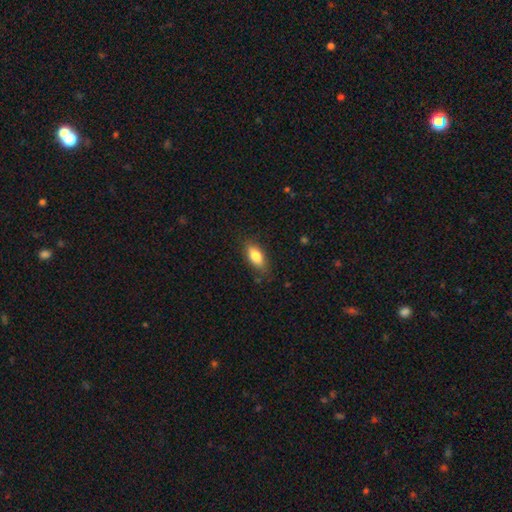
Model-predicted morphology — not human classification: Smooth or featured? Predicted: smooth (p=0.78). How rounded? Predicted: in between (p=0.80). Merging? Predicted: none (p=0.80).